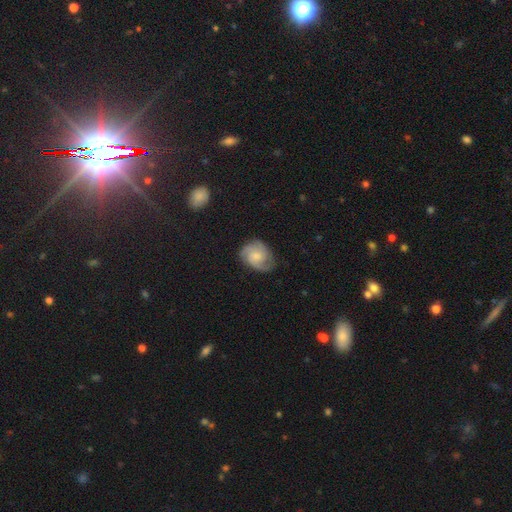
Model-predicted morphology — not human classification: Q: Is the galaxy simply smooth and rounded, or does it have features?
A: featured or disk — 60%.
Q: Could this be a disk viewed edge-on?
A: no — 98%.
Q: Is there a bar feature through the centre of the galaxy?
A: no — 68%.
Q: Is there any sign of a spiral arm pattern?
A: yes — 93%.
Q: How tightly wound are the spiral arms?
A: medium — 46%.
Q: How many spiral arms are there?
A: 3 — 34%, tied with 2.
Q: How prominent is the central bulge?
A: small — 40%.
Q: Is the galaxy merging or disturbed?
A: none — 68%.